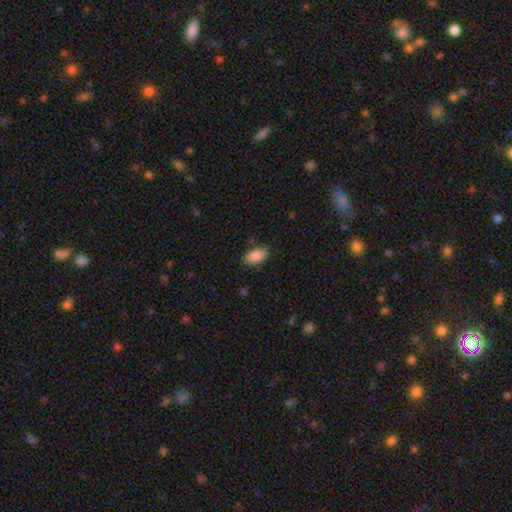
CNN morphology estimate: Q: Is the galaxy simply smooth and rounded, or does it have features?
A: smooth — 88%.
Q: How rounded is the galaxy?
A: in between — 93%.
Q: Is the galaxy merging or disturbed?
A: none — 81%.